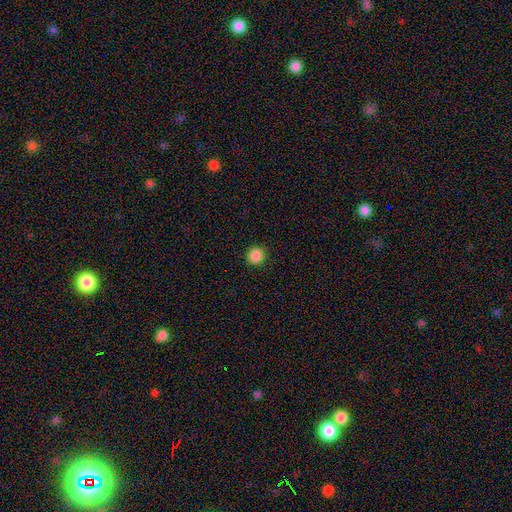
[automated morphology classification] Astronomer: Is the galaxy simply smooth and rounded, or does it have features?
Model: smooth — 87%.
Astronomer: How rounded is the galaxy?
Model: round — 93%.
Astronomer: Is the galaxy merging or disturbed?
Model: none — 92%.